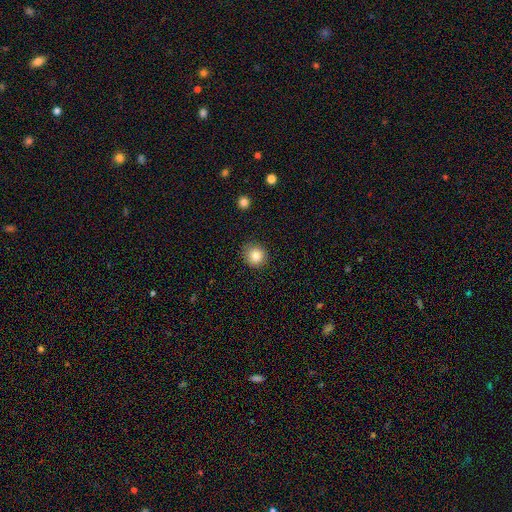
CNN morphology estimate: This is clearly a smooth galaxy (85%). How rounded: clearly round (88%). Merging: clearly none (87%).